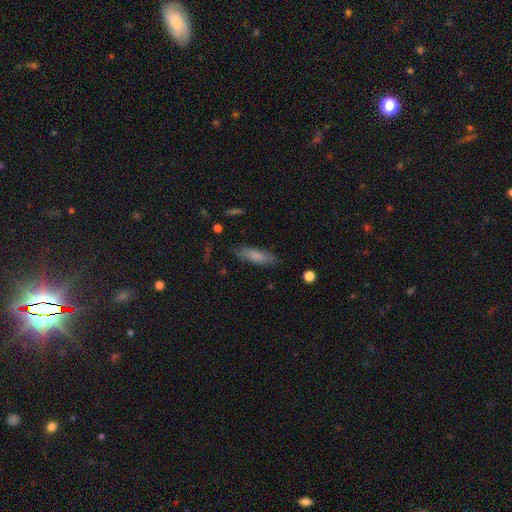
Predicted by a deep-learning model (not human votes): Smooth or featured? Predicted: smooth (p=0.78). How rounded? Predicted: cigar-shaped (p=0.58). Merging? Predicted: none (p=0.81).